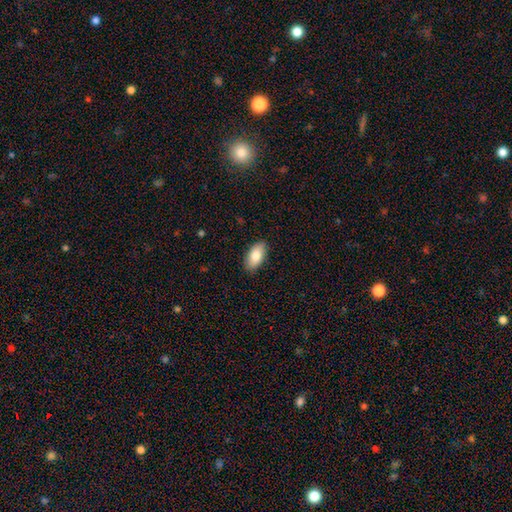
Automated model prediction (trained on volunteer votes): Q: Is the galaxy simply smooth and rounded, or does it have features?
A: smooth — 81%.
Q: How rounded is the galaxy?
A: in between — 93%.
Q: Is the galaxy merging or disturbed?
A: none — 88%.